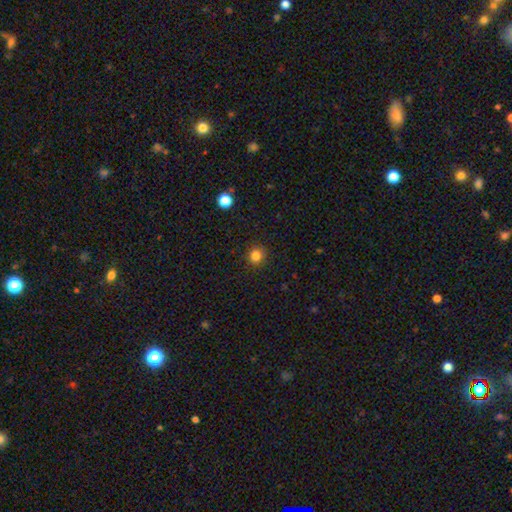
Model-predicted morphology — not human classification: Q: Smooth or featured?
A: smooth (83%); runner-up: star or artifact (12%)
Q: How rounded?
A: round (89%); runner-up: in between (11%)
Q: Merging?
A: none (90%); runner-up: minor disturbance (7%)